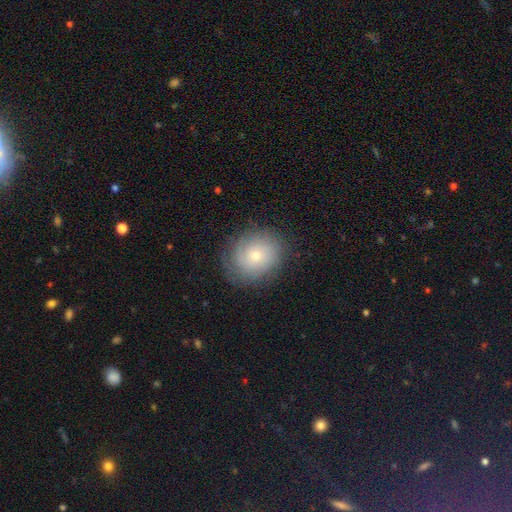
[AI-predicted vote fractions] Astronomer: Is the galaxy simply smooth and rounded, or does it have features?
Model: smooth — 57% (runner-up: featured or disk, 33%).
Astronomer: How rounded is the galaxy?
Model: round — 64%.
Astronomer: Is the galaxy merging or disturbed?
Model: none — 78%.